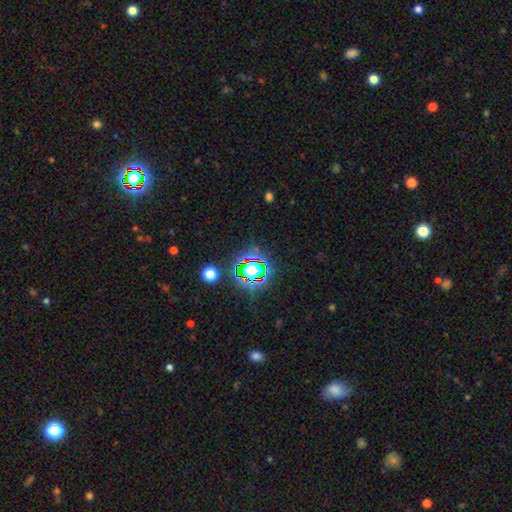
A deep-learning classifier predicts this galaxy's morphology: smooth_or_featured: star or artifact (p=0.78) [alt: smooth p=0.14]